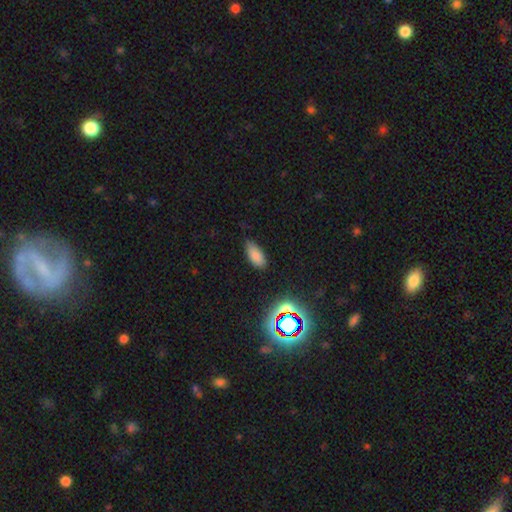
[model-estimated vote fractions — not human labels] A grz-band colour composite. It shows a smooth galaxy with no disk features (79%) that is in between round and cigar-shaped (87%). Merging: none (72%).